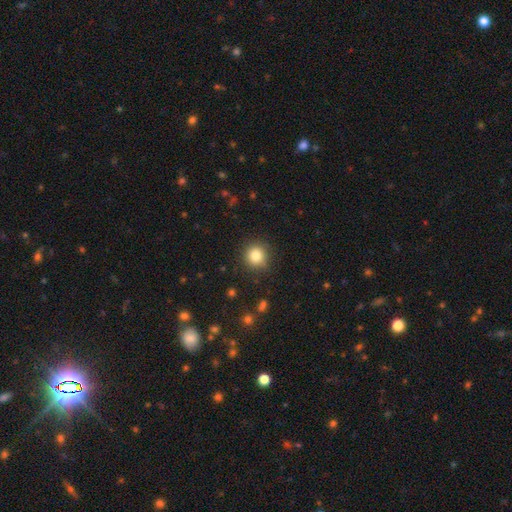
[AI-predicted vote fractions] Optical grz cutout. It shows a smooth galaxy with no disk features (83%) that is round (92%). Merging: none (88%).